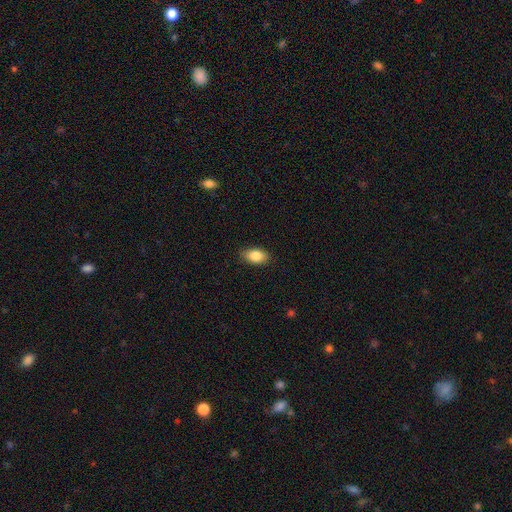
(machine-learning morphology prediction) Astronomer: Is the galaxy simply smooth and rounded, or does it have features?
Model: smooth — 86%.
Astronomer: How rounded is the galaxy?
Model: in between — 91%.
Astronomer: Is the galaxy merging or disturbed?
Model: none — 86%.